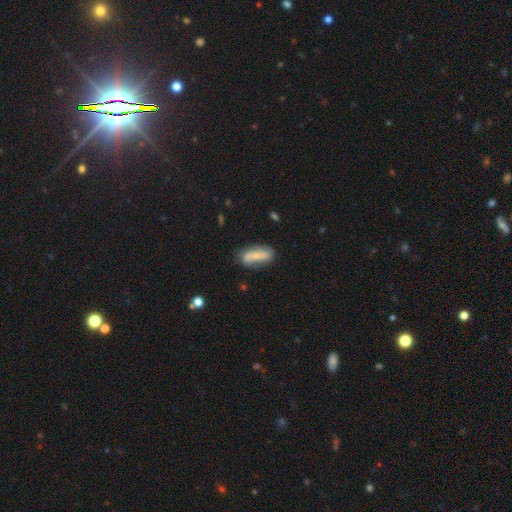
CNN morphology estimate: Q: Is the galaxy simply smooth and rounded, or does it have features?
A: smooth — 56%.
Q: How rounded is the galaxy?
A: in between — 65%.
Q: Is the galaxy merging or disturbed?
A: none — 69%.